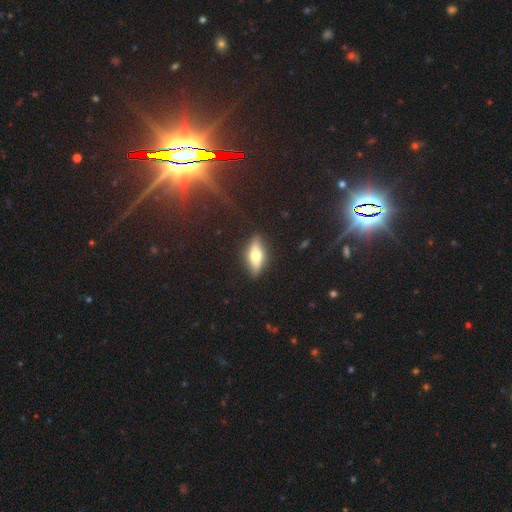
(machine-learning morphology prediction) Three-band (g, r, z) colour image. It shows a smooth galaxy with no disk features (48%). Merging: none (86%).